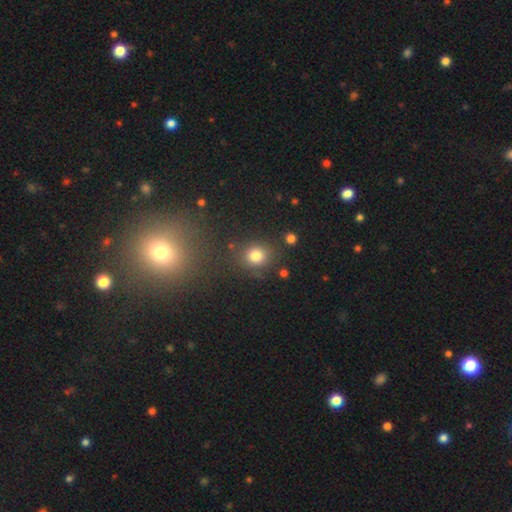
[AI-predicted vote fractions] Smooth or featured? Predicted: smooth (p=0.78). How rounded? Predicted: round (p=0.80). Merging? Predicted: none (p=0.80).